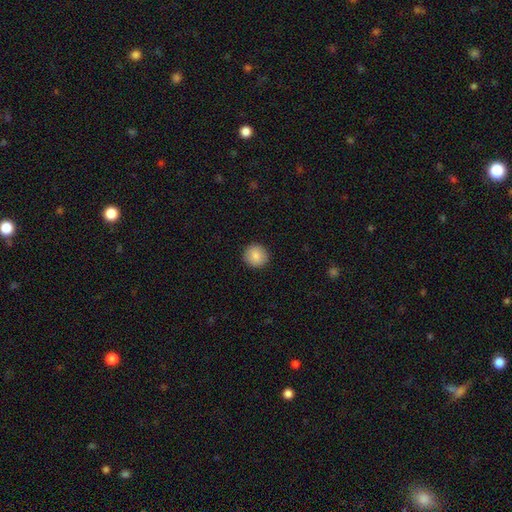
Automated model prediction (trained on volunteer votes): This is clearly a smooth galaxy (86%). How rounded: clearly round (93%). Merging: clearly none (92%).